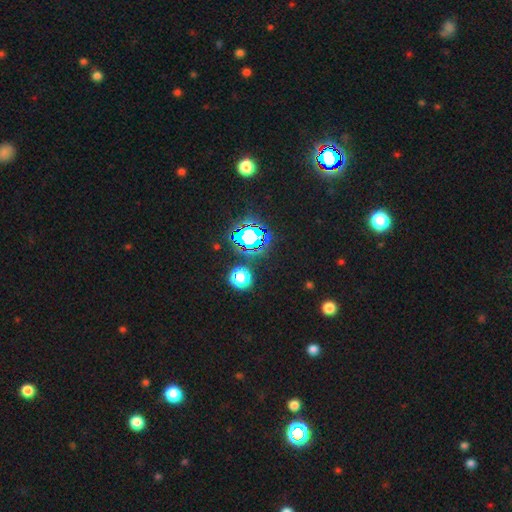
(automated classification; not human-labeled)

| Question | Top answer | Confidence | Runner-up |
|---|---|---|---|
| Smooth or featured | star or artifact | 78% | smooth (14%) |